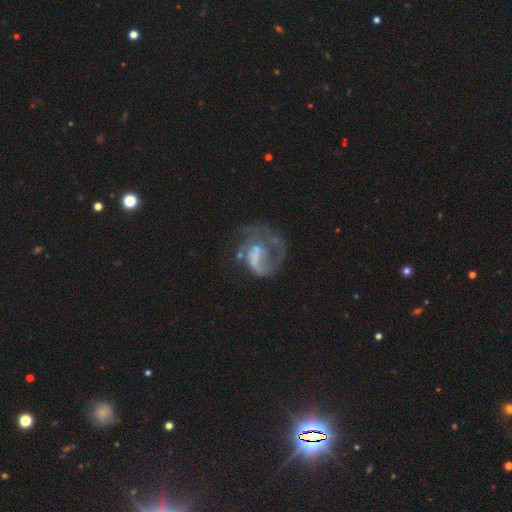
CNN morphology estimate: The model was most divided on "merging": major disturbance: 47%, none: 32%, minor disturbance: 14%, merger: 7%. More confident: edge-on disk — no (98%); smooth or featured — featured or disk (71%); spiral arms — yes (69%); bar — no (63%); bulge size — none (52%).